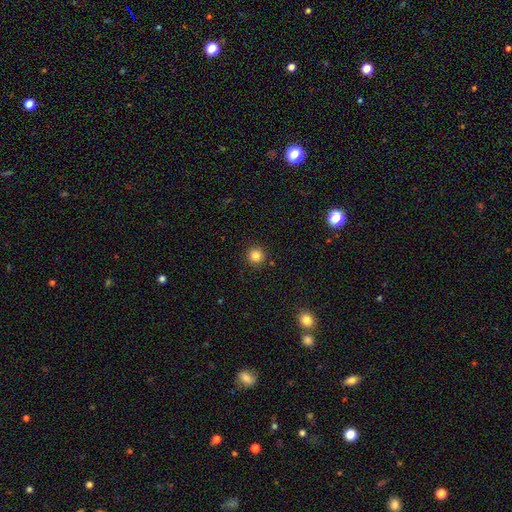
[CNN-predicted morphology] smooth_or_featured: smooth (p=0.83) [alt: star or artifact p=0.12]
how_rounded: round (p=0.95) [alt: in between p=0.04]
merging: none (p=0.91) [alt: minor disturbance p=0.05]